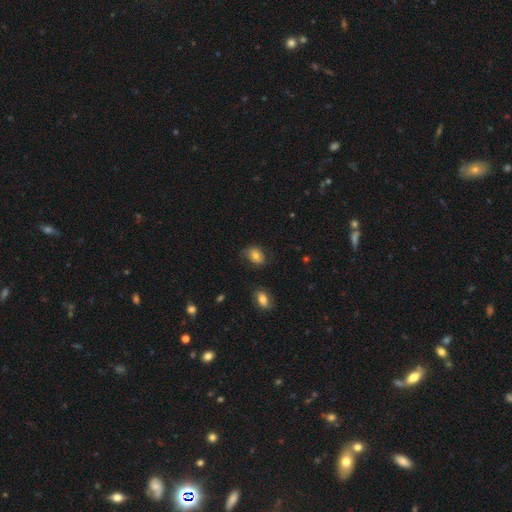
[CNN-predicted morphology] Smooth or featured? Predicted: smooth (p=0.66). How rounded? Predicted: in between (p=0.72). Merging? Predicted: none (p=0.64).